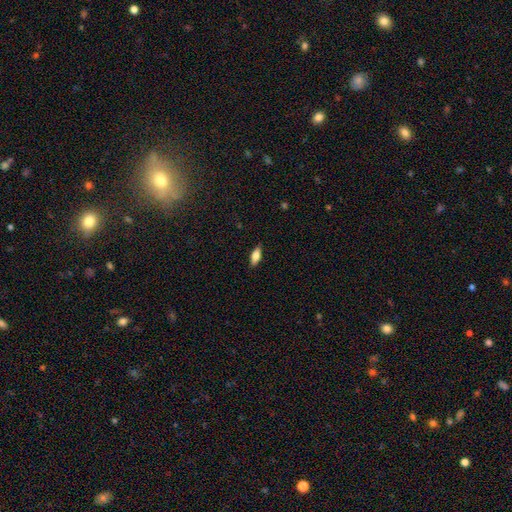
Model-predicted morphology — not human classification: Smooth or featured?
  - smooth: 74% *
  - featured or disk: 19%
  - star or artifact: 7%
How rounded?
  - in between: 77% *
  - cigar-shaped: 21%
  - round: 3%
Merging?
  - none: 87% *
  - minor disturbance: 10%
  - major disturbance: 2%
  - merger: 1%